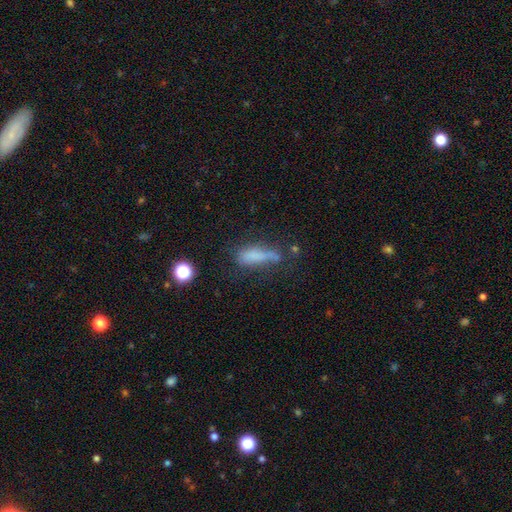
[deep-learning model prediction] A smooth galaxy with no disk features (65%) that is cigar-shaped (56%).

Vote fractions:
- Smooth or featured? smooth: 65% / featured or disk: 21% / star or artifact: 14%
- How rounded? cigar-shaped: 56% / in between: 40% / round: 4%
- Merging? none: 39% / minor disturbance: 28% / major disturbance: 23% / merger: 10%